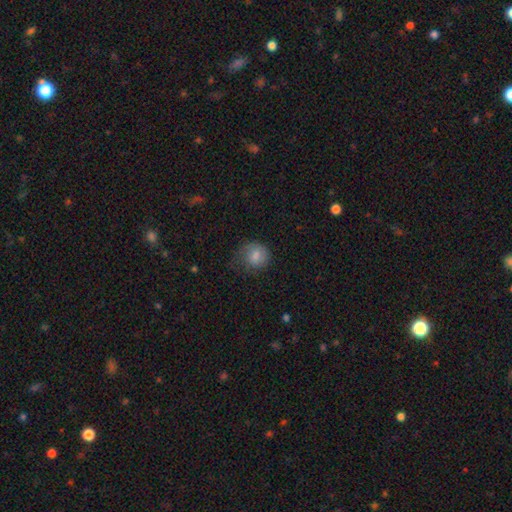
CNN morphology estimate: The model was most divided on "merging": none: 51%, minor disturbance: 29%, major disturbance: 19%, merger: 2%. More confident: smooth or featured — smooth (80%); how rounded — round (75%).